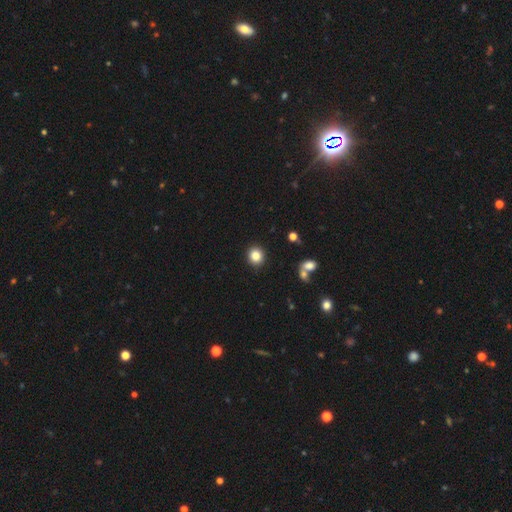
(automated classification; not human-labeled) A smooth galaxy with no disk features (84%) that is round (86%). Merging: none (91%).